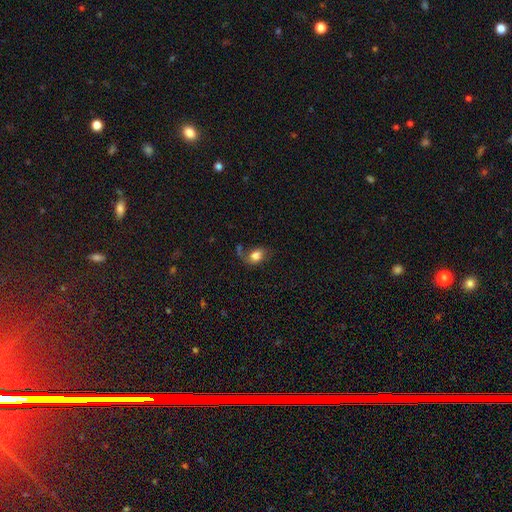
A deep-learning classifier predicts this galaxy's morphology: This appears to be a smooth galaxy with no disk features (79%) that is in between round and cigar-shaped (69%). Merging: none (54%).